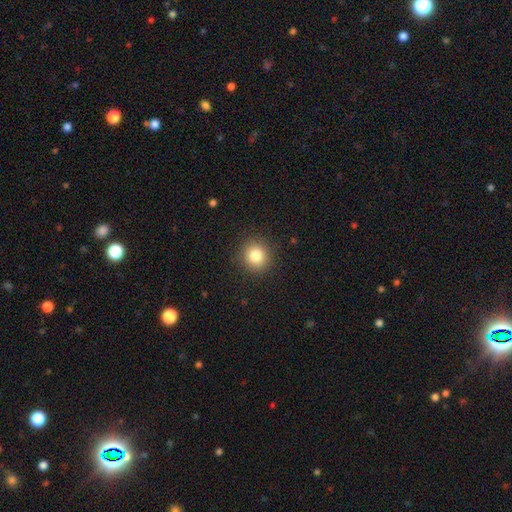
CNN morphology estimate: Smooth or featured? smooth (83%)
How rounded? round (90%)
Merging? none (90%)